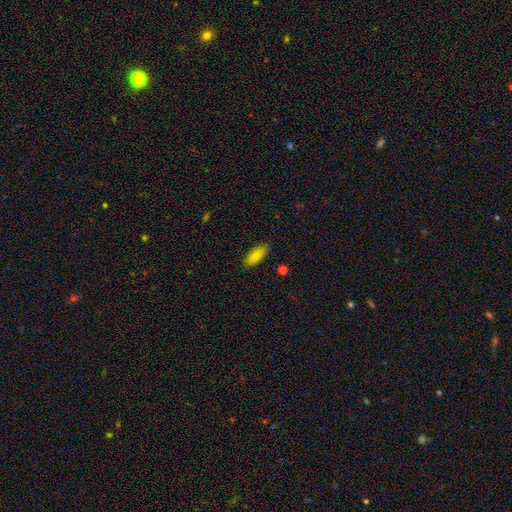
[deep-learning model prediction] A smooth galaxy with no disk features (87%) that is in between round and cigar-shaped (74%). Merging: none (85%).